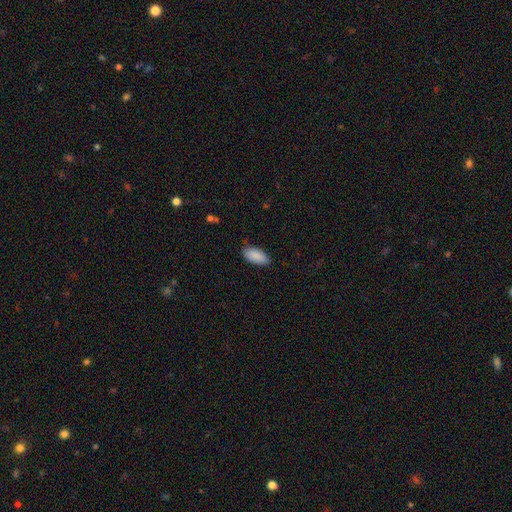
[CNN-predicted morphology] The model was most divided on "merging": none: 81%, minor disturbance: 15%, major disturbance: 2%, merger: 1%. More confident: how rounded — in between (90%); smooth or featured — smooth (89%).